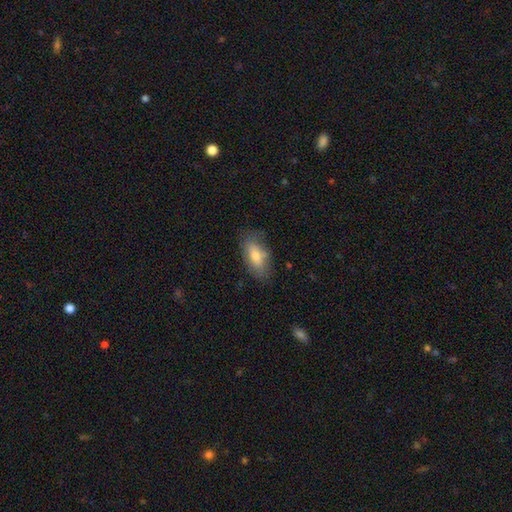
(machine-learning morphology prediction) Overall: smooth (73%). How rounded: in between (87%). Merging: none (73%).